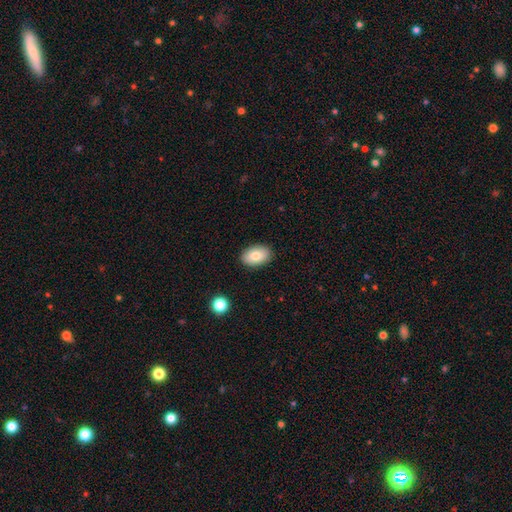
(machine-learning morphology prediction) This appears to be a smooth galaxy with no disk features (82%) that is in between round and cigar-shaped (90%). Merging: none (89%).